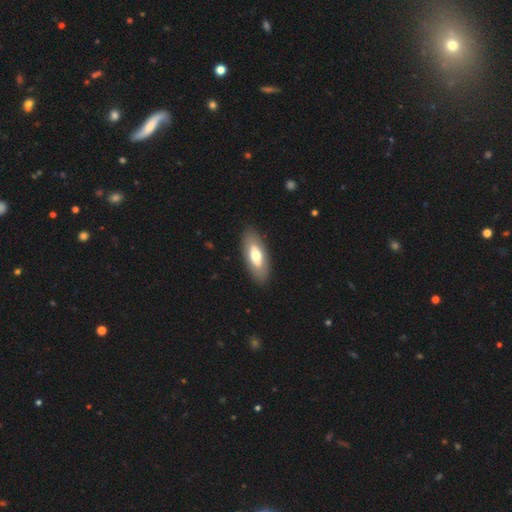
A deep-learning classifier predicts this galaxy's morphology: This appears to be a smooth galaxy with no disk features (59%) that is in between round and cigar-shaped (81%). Merging: none (88%).